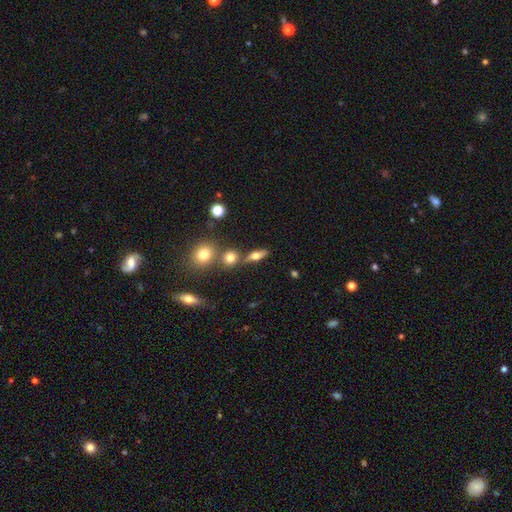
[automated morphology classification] Smooth or featured? Predicted: smooth (p=0.52). How rounded? Predicted: in between (p=0.52). Merging? Predicted: none (p=0.69).